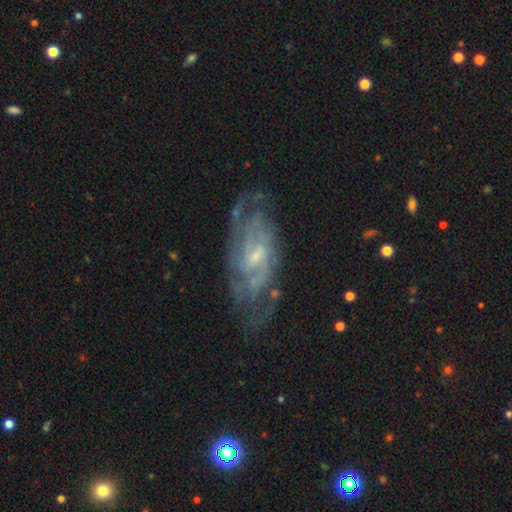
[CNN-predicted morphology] A featured or disk galaxy (83%) with a weak bar (54%), tight (49%) spiral arms (89%) and a small central bulge (60%). Merging: none (66%).